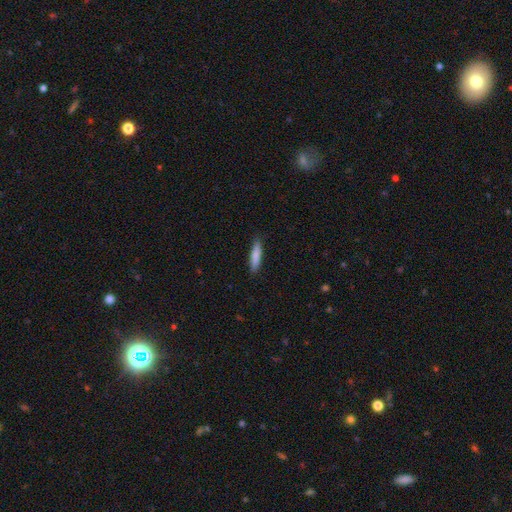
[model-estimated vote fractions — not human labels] Smooth or featured? smooth (84%)
How rounded? cigar-shaped (82%)
Merging? none (88%)